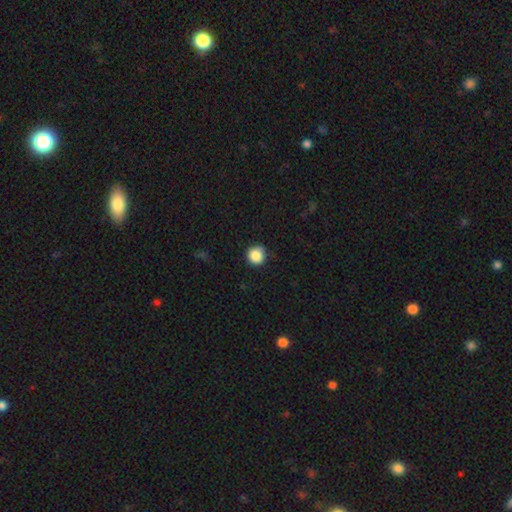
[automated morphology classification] Smooth or featured?
  - smooth: 87% *
  - star or artifact: 10%
  - featured or disk: 4%
How rounded?
  - round: 94% *
  - in between: 5%
  - cigar-shaped: 1%
Merging?
  - none: 81% *
  - minor disturbance: 14%
  - major disturbance: 3%
  - merger: 1%